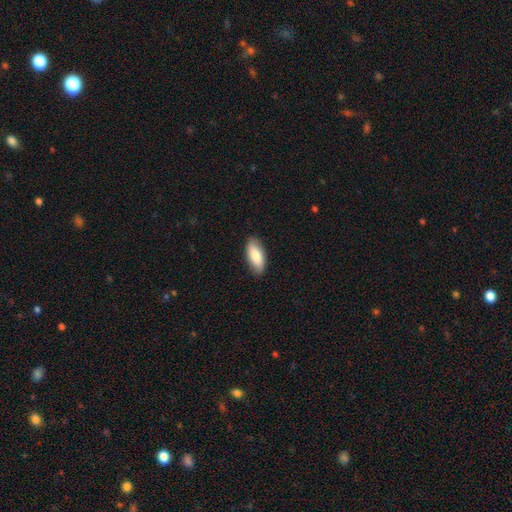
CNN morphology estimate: Smooth or featured: smooth — 83% (featured or disk — 12%)
How rounded: in between — 84% (cigar-shaped — 14%)
Merging: none — 86% (minor disturbance — 11%)